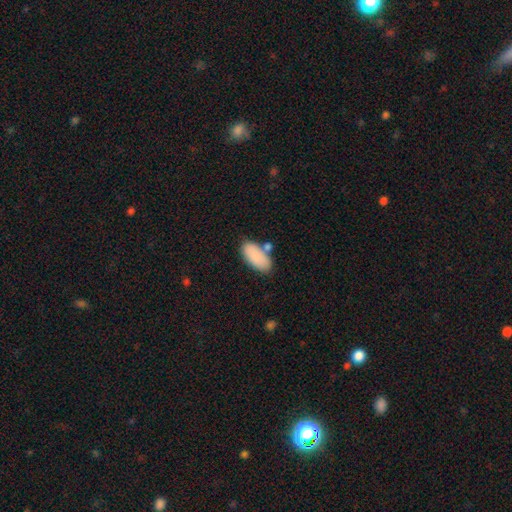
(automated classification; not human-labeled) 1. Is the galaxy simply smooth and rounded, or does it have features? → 87% smooth, 7% featured or disk, 6% star or artifact.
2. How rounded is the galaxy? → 93% in between, 5% cigar-shaped, 2% round.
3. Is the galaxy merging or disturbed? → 68% none, 15% minor disturbance, 14% merger, 4% major disturbance.